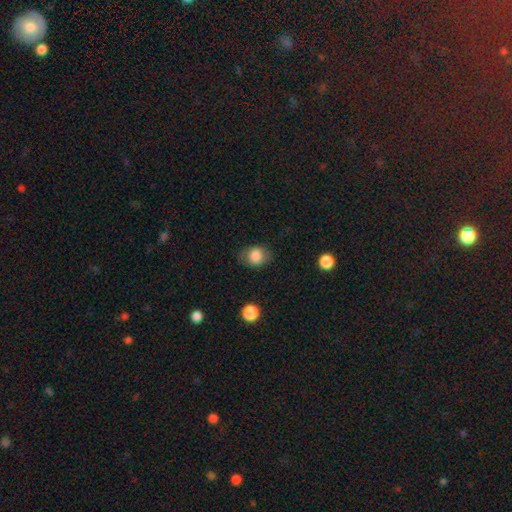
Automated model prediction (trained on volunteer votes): Overall: smooth (83%). How rounded: round (52%; in between 47%). Merging: none (74%).